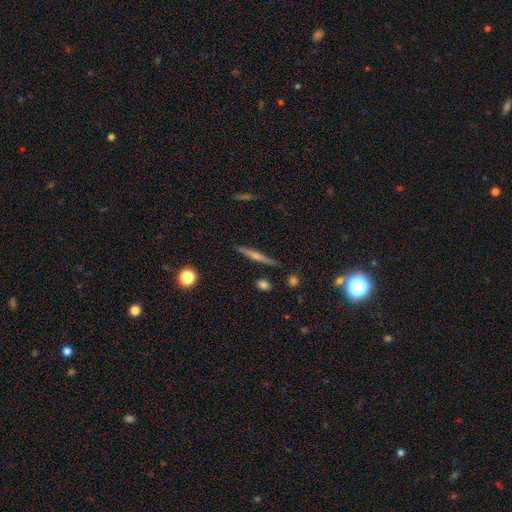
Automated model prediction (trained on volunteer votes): This appears to be a featured or disk galaxy (72%) viewed edge-on (97%) with a rounded central bulge (85%). Merging: none (91%).